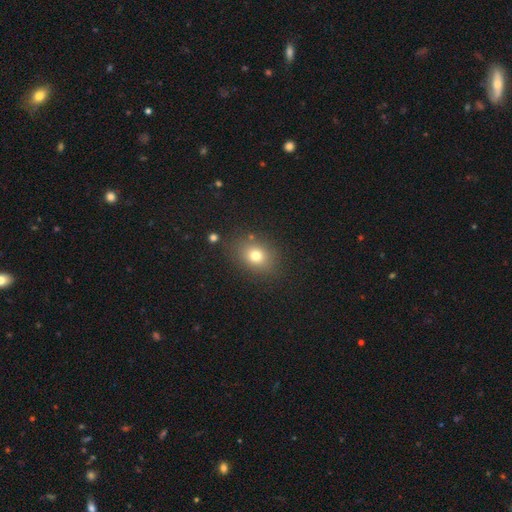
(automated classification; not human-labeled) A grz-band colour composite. It shows a smooth galaxy with no disk features (76%) that is in between round and cigar-shaped (52%). Merging: none (83%).